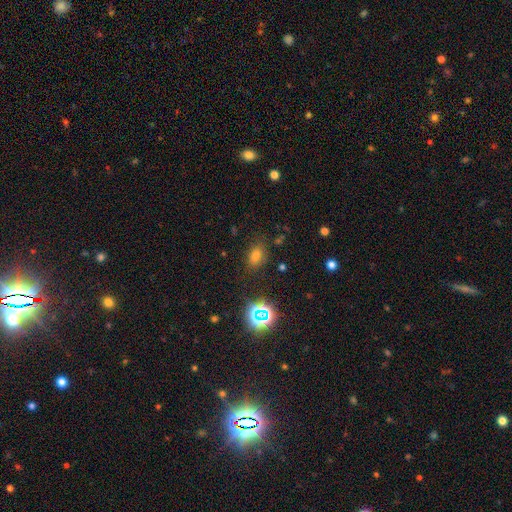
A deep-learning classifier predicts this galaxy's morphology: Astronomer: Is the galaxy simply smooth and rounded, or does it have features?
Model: smooth — 65%.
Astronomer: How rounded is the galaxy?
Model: in between — 76%.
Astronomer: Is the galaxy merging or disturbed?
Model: none — 79%.